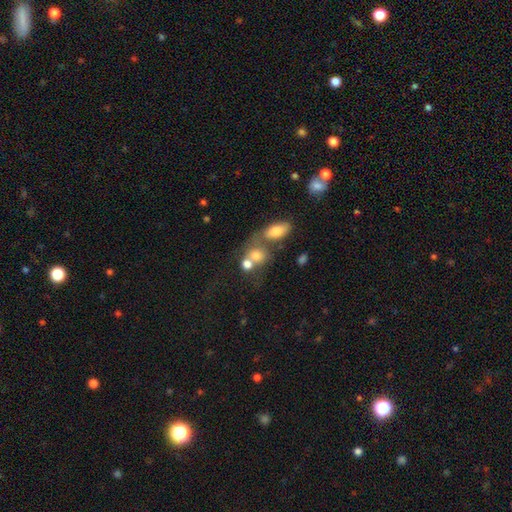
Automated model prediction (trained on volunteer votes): Smooth or featured? smooth (74%)
How rounded? round (60%)
Merging? merger (52%)